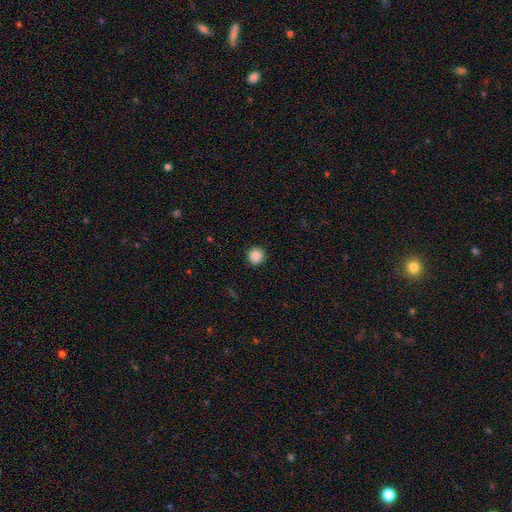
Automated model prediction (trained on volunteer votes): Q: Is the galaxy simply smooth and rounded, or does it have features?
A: smooth — 88%.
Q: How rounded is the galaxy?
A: round — 94%.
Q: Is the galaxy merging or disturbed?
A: none — 92%.